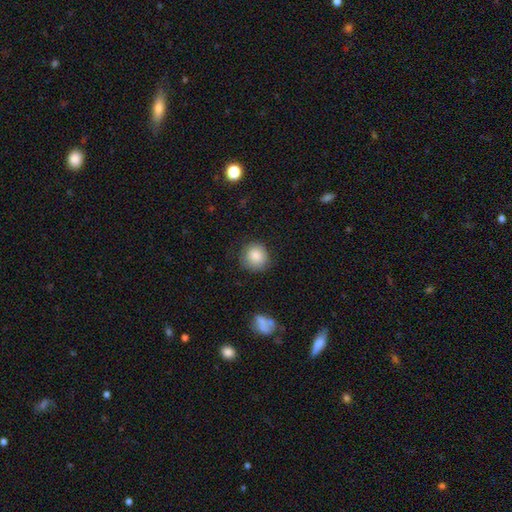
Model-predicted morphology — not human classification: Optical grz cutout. It shows a smooth galaxy with no disk features (87%) that is round (90%). Merging: none (83%).